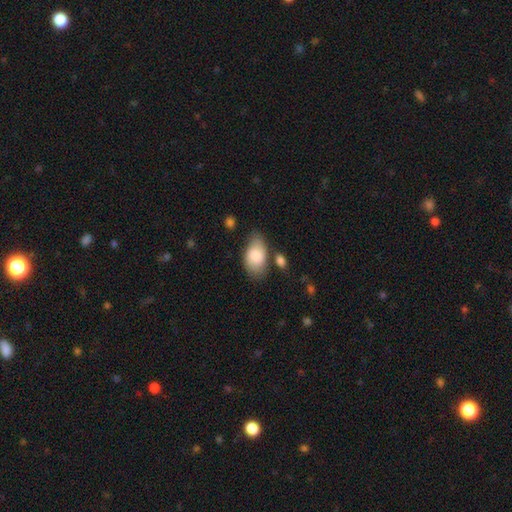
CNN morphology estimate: smooth_or_featured: smooth (p=0.78) [alt: featured or disk p=0.16]
how_rounded: in between (p=0.93) [alt: round p=0.05]
merging: none (p=0.63) [alt: minor disturbance p=0.23]